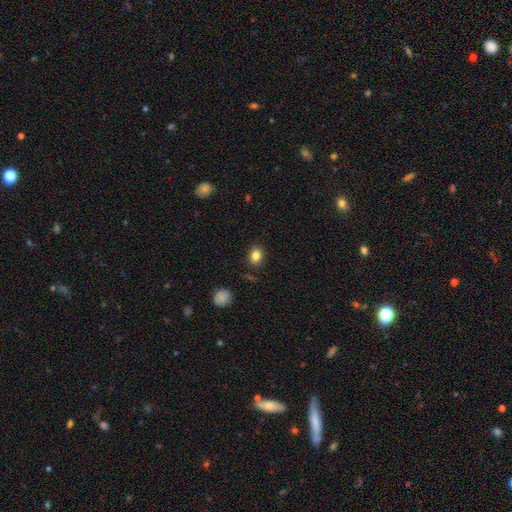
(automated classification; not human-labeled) smooth 83%, star or artifact 11%, featured or disk 6%. Down the decision tree: how rounded — round (58%); merging — none (87%).